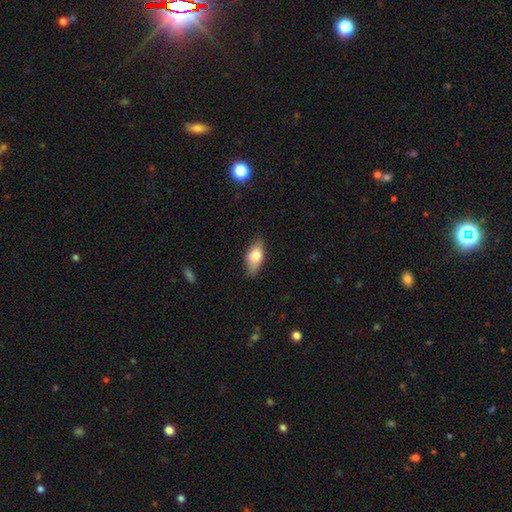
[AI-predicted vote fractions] Smooth or featured? Predicted: smooth (p=0.76). How rounded? Predicted: in between (p=0.86). Merging? Predicted: none (p=0.77).